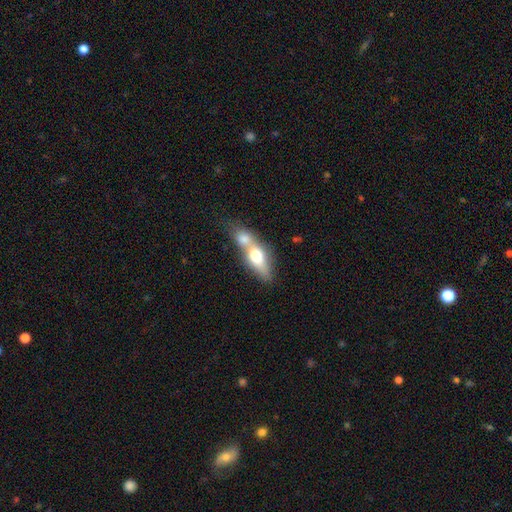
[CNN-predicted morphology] This is likely a smooth galaxy (61%). How rounded: likely in between (66%). Merging: likely merger (67%).